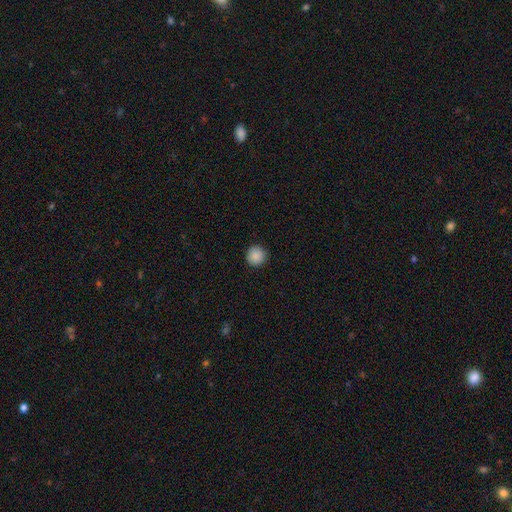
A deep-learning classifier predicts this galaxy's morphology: Smooth or featured? Predicted: smooth (p=0.89). How rounded? Predicted: round (p=0.95). Merging? Predicted: none (p=0.92).